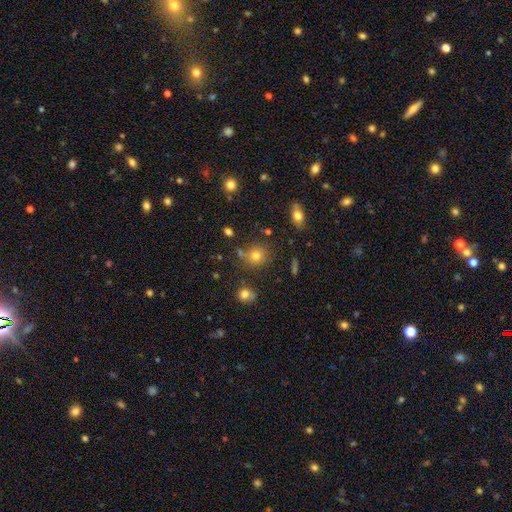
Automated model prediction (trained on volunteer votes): A smooth galaxy with no disk features (74%) that is round (83%). Merging: none (71%).